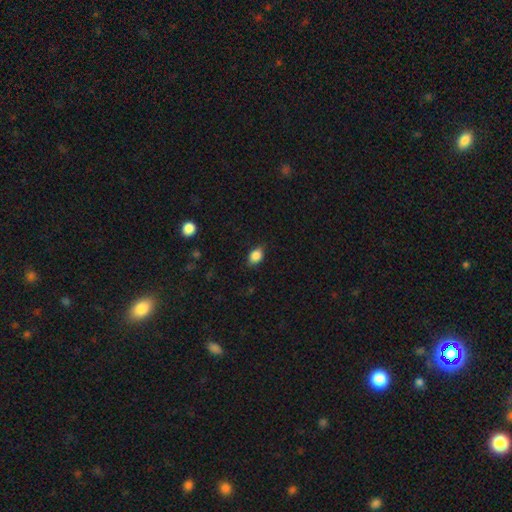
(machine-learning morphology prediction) Overall: smooth (85%). How rounded: in between (80%). Merging: none (79%).